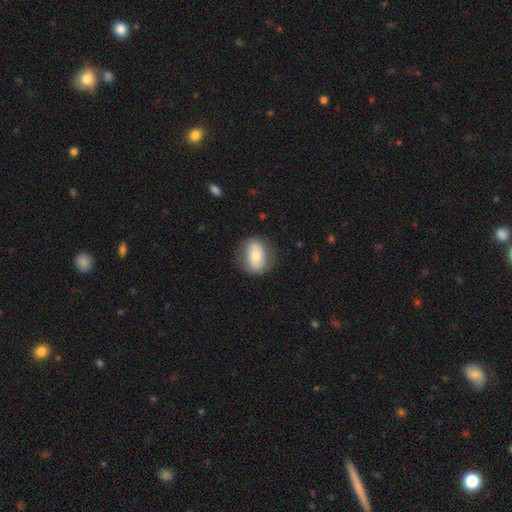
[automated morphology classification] This appears to be a smooth galaxy with no disk features (64%) that is in between round and cigar-shaped (68%). Merging: none (79%).